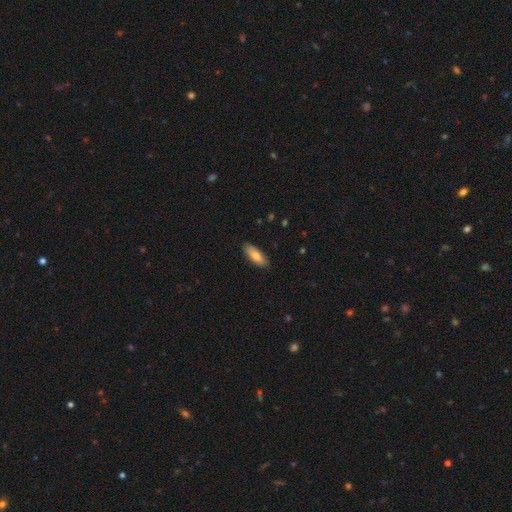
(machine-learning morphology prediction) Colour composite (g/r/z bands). It shows a smooth galaxy with no disk features (77%) that is in between round and cigar-shaped (69%). Merging: none (86%).